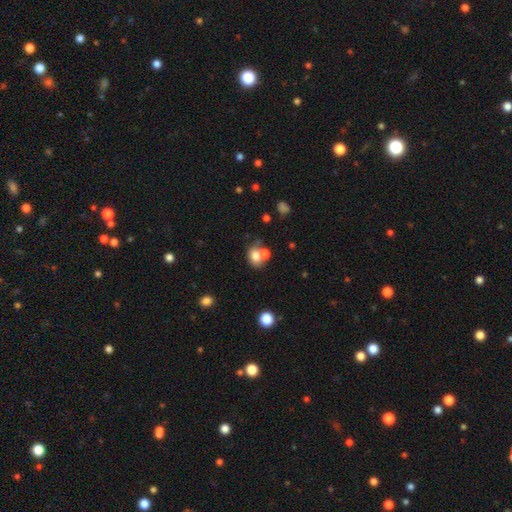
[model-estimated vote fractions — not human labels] smooth_or_featured: smooth (p=0.74) [alt: featured or disk p=0.15]
how_rounded: in between (p=0.59) [alt: round p=0.40]
merging: merger (p=0.45) [alt: none p=0.39]